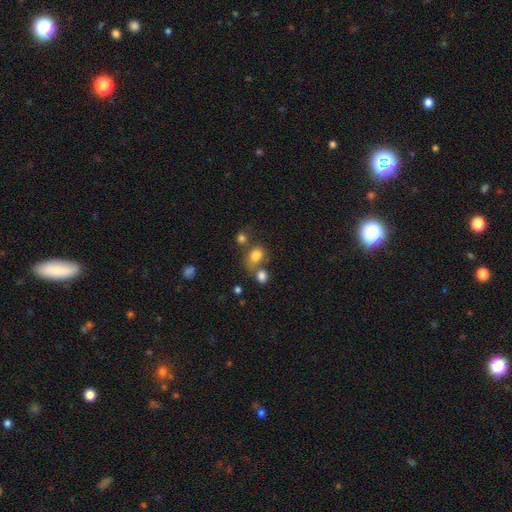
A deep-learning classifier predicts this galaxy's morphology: This appears to be a smooth galaxy with no disk features (78%) that is in between round and cigar-shaped (52%). Merging: none (50%).